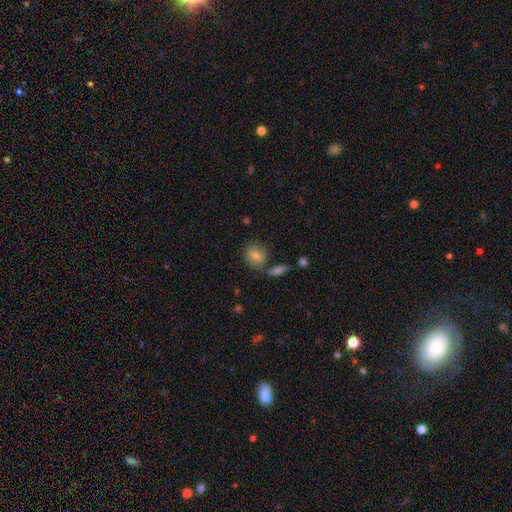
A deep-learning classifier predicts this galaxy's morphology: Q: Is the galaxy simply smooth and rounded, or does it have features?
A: smooth — 72%.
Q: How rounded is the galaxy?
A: round — 65%.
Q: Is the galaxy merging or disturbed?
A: none — 72%.